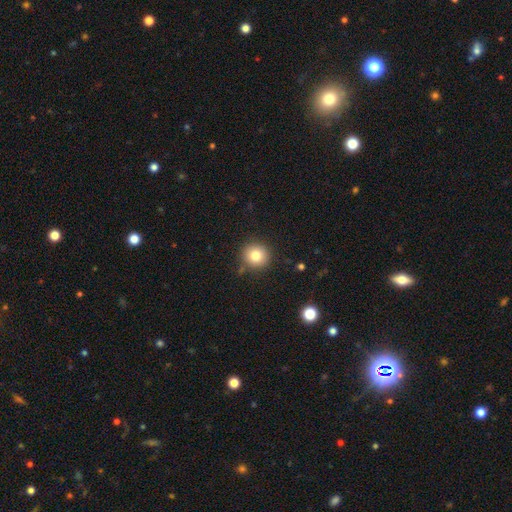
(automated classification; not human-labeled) smooth_or_featured: smooth (p=0.80) [alt: star or artifact p=0.11]
how_rounded: round (p=0.93) [alt: in between p=0.06]
merging: none (p=0.86) [alt: minor disturbance p=0.09]